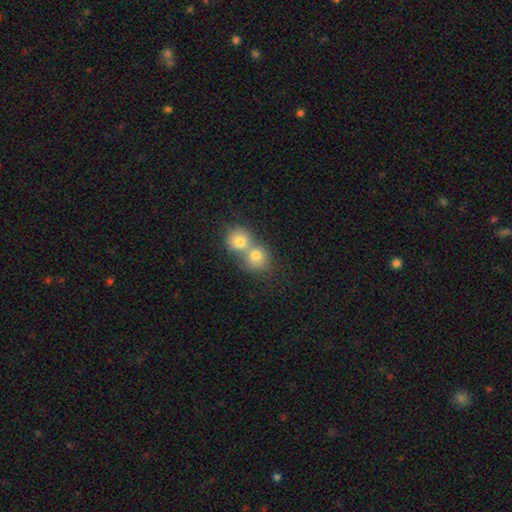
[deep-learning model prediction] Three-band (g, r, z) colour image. It shows a smooth galaxy with no disk features (75%) that is round (81%). Merging: merger (65%).